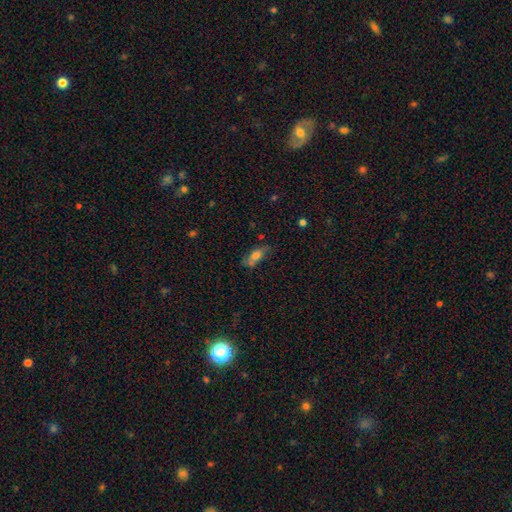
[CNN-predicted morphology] smooth 60%, featured or disk 29%, star or artifact 11%. Down the decision tree: how rounded — in between (74%); merging — none (53%).